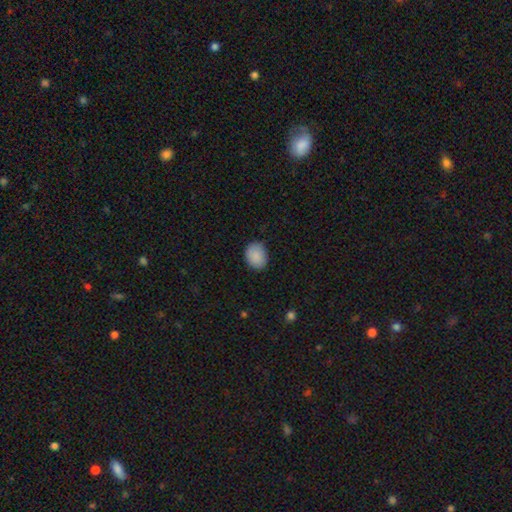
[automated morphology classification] This is clearly a smooth galaxy (89%). How rounded: possibly in between (56%). Merging: clearly none (81%).